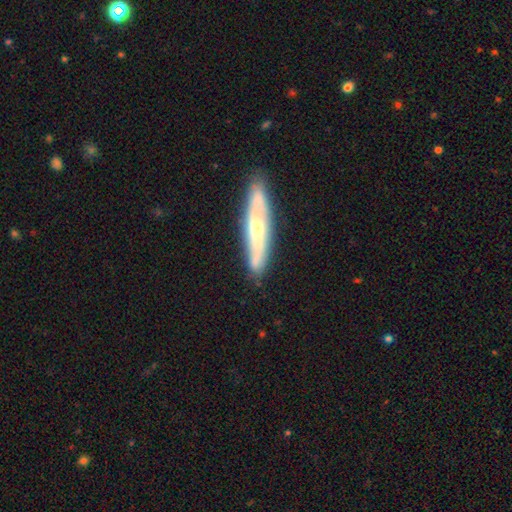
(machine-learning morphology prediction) A featured or disk galaxy (51%) viewed edge-on (54%). Merging: none (74%).